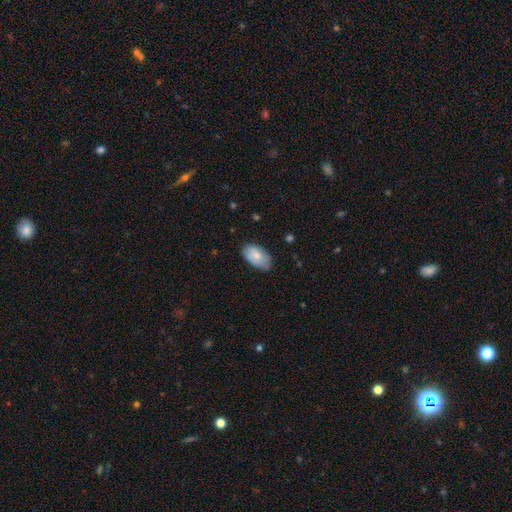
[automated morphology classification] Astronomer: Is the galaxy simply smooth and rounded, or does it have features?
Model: smooth — 80%.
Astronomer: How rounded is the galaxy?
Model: in between — 95%.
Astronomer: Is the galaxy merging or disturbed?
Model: none — 74%.